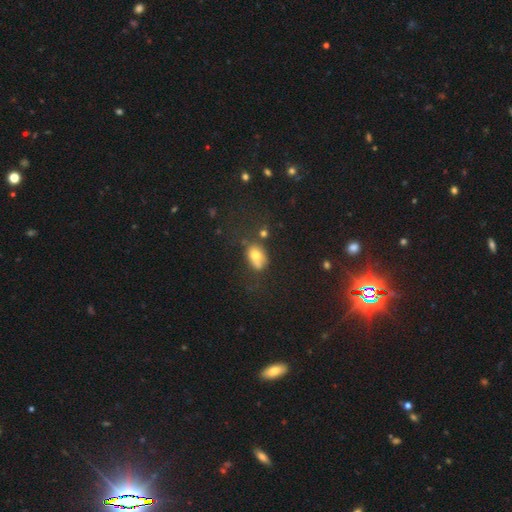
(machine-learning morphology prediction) Overall: smooth (69%). How rounded: in between (74%). Merging: none (44%; minor disturbance 25%).